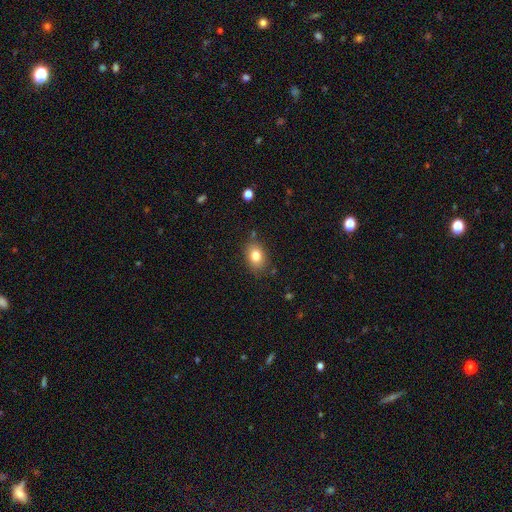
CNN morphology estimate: Q: Smooth or featured?
A: smooth (81%); runner-up: star or artifact (10%)
Q: How rounded?
A: in between (72%); runner-up: round (27%)
Q: Merging?
A: none (82%); runner-up: minor disturbance (13%)